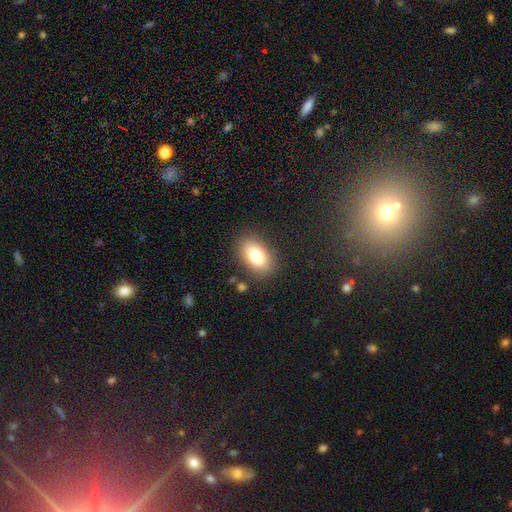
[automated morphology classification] Smooth or featured? Predicted: smooth (p=0.80). How rounded? Predicted: in between (p=0.91). Merging? Predicted: none (p=0.84).